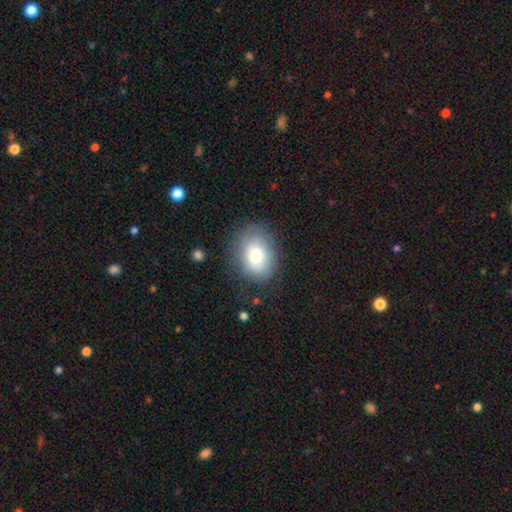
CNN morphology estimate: This appears to be a smooth galaxy with no disk features (72%) that is in between round and cigar-shaped (58%). Merging: none (76%).